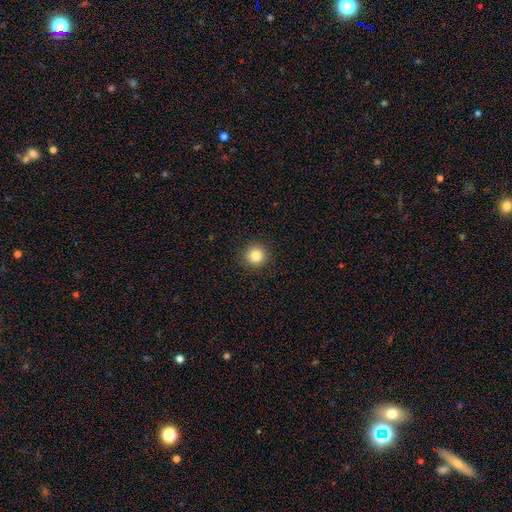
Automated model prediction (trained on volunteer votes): Smooth or featured?
  - smooth: 83% *
  - star or artifact: 11%
  - featured or disk: 5%
How rounded?
  - round: 95% *
  - in between: 4%
  - cigar-shaped: 1%
Merging?
  - none: 92% *
  - minor disturbance: 5%
  - major disturbance: 2%
  - merger: 1%